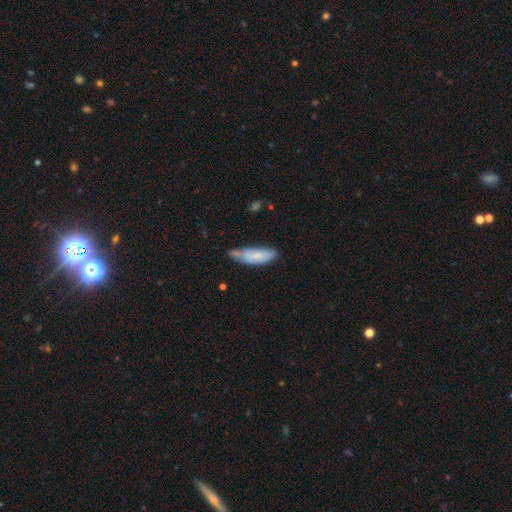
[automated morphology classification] Smooth or featured?
  - smooth: 72% *
  - featured or disk: 22%
  - star or artifact: 7%
How rounded?
  - in between: 66% *
  - cigar-shaped: 32%
  - round: 2%
Merging?
  - none: 45% *
  - minor disturbance: 35%
  - merger: 12%
  - major disturbance: 9%